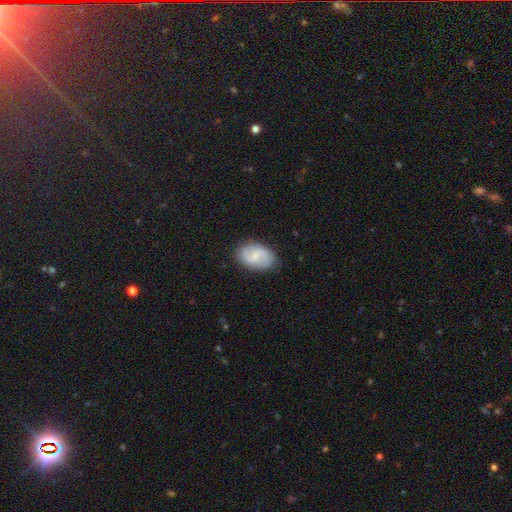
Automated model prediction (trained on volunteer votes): A featured or disk galaxy (56%) with a weak bar (55%), spiral arms (84%) and a small central bulge (64%). Merging: none (82%).